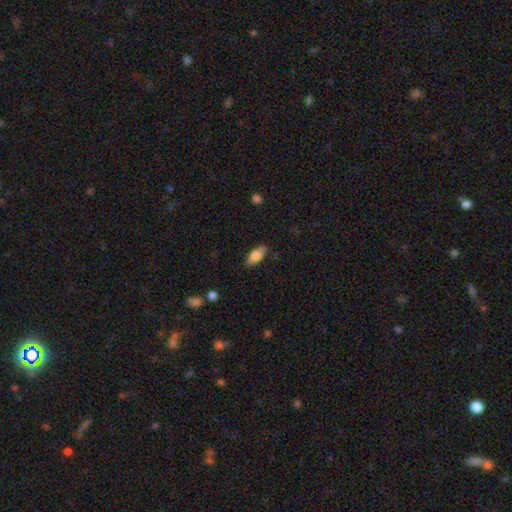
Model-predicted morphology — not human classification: smooth_or_featured: smooth (p=0.83) [alt: featured or disk p=0.10]
how_rounded: in between (p=0.84) [alt: cigar-shaped p=0.14]
merging: none (p=0.85) [alt: minor disturbance p=0.12]